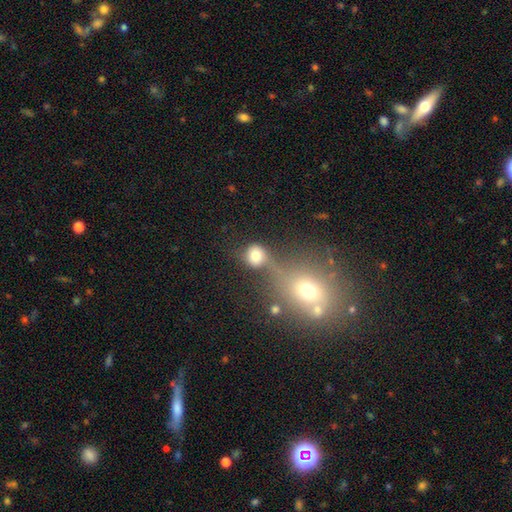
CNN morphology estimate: Smooth or featured?
  - smooth: 75% *
  - featured or disk: 13%
  - star or artifact: 12%
How rounded?
  - round: 77% *
  - in between: 22%
  - cigar-shaped: 2%
Merging?
  - none: 39% *
  - merger: 34%
  - minor disturbance: 14%
  - major disturbance: 13%